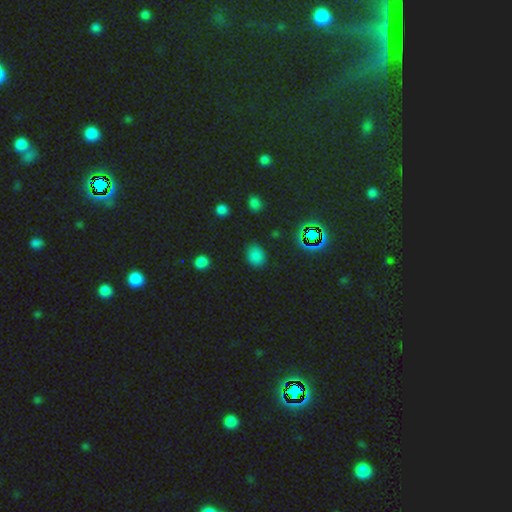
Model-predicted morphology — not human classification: smooth_or_featured: smooth (p=0.70) [alt: star or artifact p=0.25]
how_rounded: round (p=0.56) [alt: in between p=0.42]
merging: none (p=0.83) [alt: minor disturbance p=0.12]